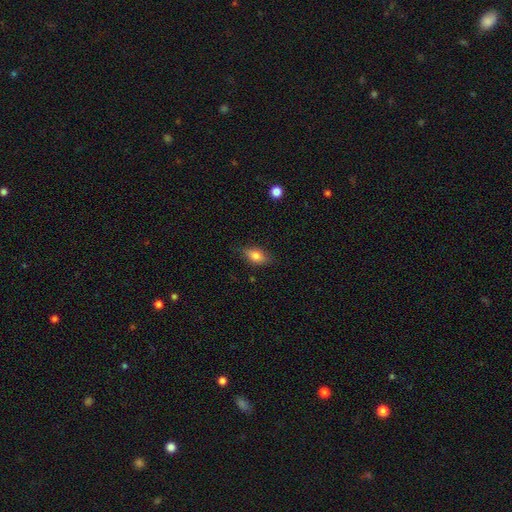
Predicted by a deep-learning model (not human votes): Smooth or featured: smooth — 78% (featured or disk — 14%)
How rounded: in between — 85% (round — 8%)
Merging: none — 79% (minor disturbance — 16%)